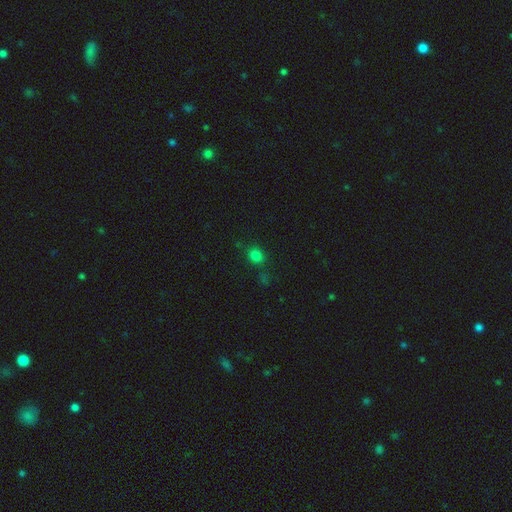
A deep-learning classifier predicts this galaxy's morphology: type=smooth (75%); roundness=round (67%); merging=none (77%).